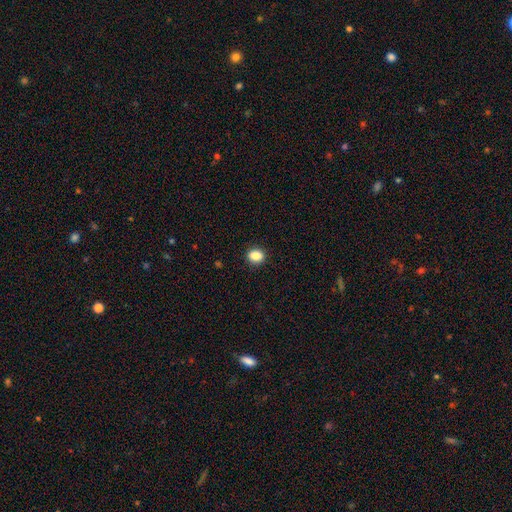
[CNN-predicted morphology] The model was most divided on "how rounded": in between: 51%, round: 47%, cigar-shaped: 1%. More confident: merging — none (90%); smooth or featured — smooth (87%).